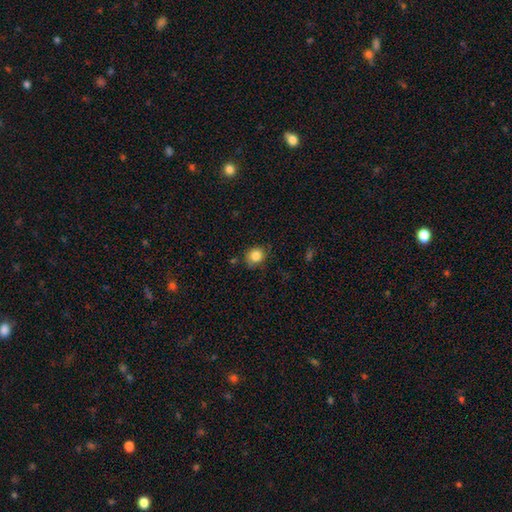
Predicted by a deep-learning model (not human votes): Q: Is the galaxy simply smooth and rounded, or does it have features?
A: smooth — 84%.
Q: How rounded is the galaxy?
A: round — 76%.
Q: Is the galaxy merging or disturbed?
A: none — 76%.